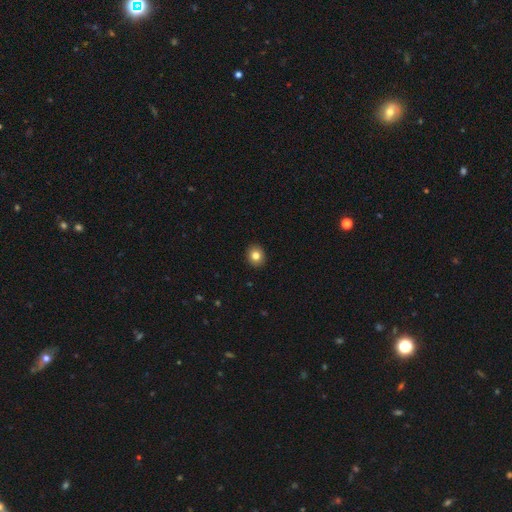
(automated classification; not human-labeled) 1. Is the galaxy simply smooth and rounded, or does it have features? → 82% smooth, 10% star or artifact, 8% featured or disk.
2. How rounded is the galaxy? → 73% round, 26% in between, 1% cigar-shaped.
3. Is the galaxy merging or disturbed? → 92% none, 5% minor disturbance, 1% major disturbance, 1% merger.